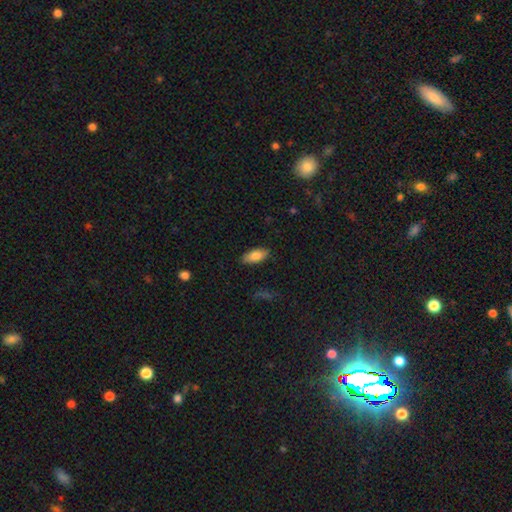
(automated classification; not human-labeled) Smooth or featured: smooth — 81% (featured or disk — 12%)
How rounded: in between — 86% (cigar-shaped — 12%)
Merging: none — 87% (minor disturbance — 10%)